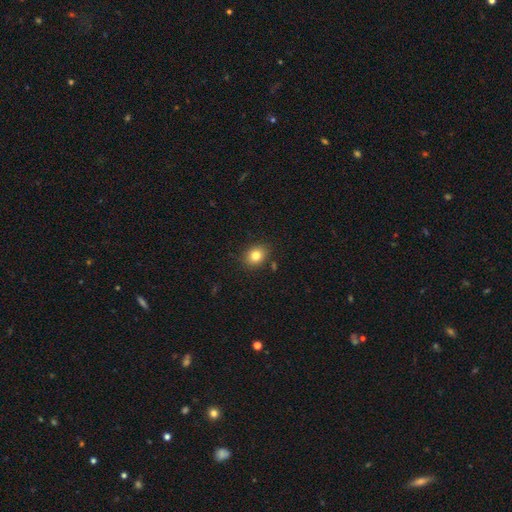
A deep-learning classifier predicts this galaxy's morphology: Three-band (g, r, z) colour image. It shows a smooth galaxy with no disk features (81%) that is round (51%). Merging: none (86%).